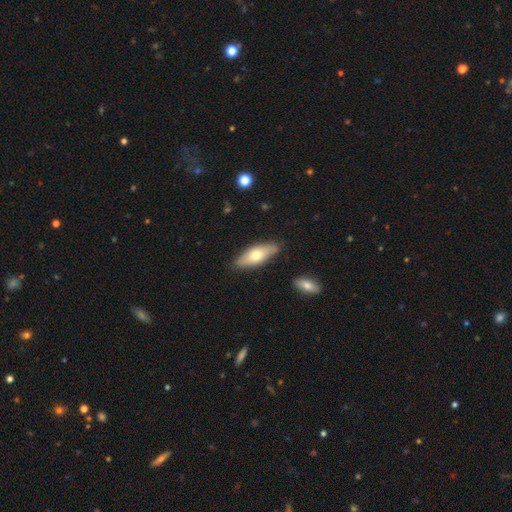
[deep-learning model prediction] The model was most divided on "smooth or featured": smooth: 62%, featured or disk: 32%, star or artifact: 6%. More confident: merging — none (83%); how rounded — in between (65%).